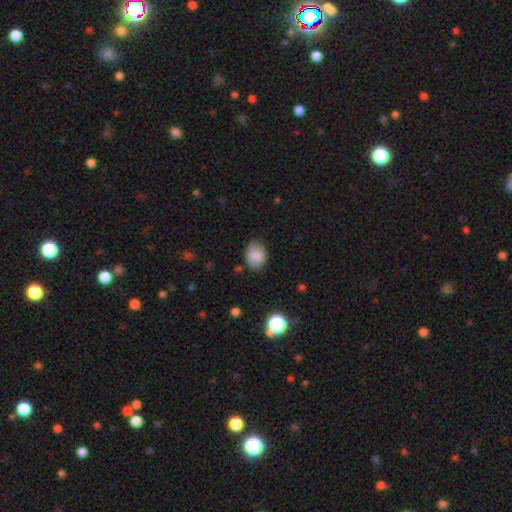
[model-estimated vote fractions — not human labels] smooth_or_featured: smooth (p=0.80) [alt: featured or disk p=0.12]
how_rounded: in between (p=0.69) [alt: round p=0.30]
merging: none (p=0.79) [alt: minor disturbance p=0.16]